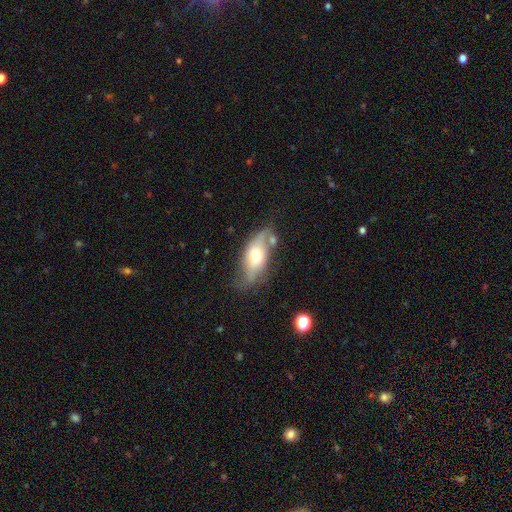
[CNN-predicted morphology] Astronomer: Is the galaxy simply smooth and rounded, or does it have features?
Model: smooth — 51% (runner-up: featured or disk, 42%).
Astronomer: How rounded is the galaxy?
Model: in between — 85%.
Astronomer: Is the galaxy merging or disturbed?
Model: none — 46% (runner-up: minor disturbance, 28%).